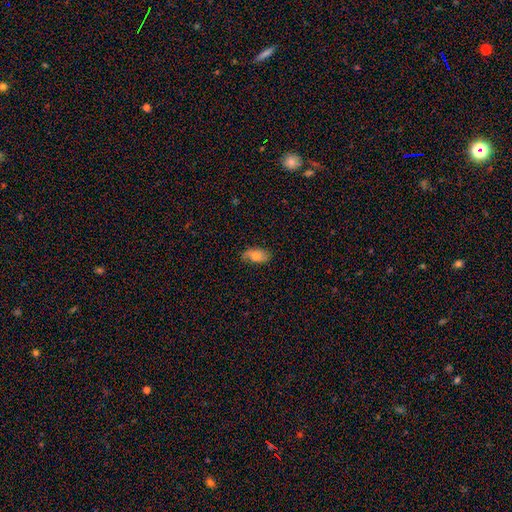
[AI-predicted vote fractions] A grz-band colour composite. It shows a smooth galaxy with no disk features (59%) that is in between round and cigar-shaped (91%). Merging: none (72%).